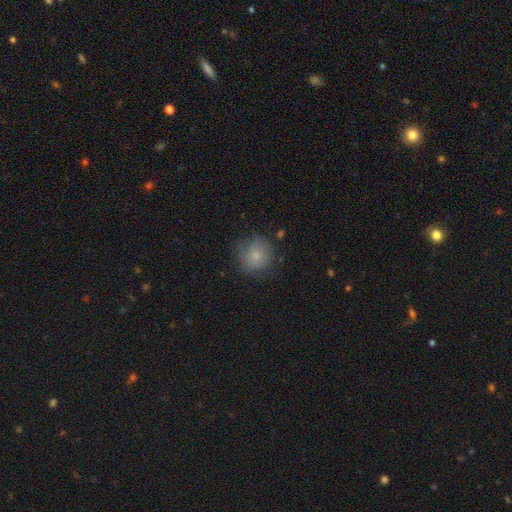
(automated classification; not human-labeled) Smooth or featured? Predicted: smooth (p=0.80). How rounded? Predicted: round (p=0.89). Merging? Predicted: none (p=0.73).